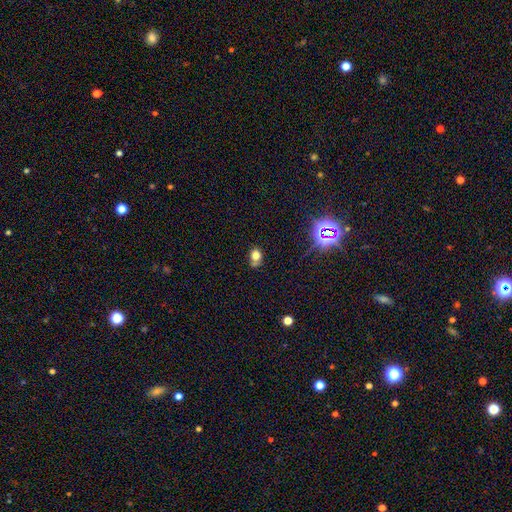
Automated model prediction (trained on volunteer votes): smooth 73%, star or artifact 17%, featured or disk 10%. Down the decision tree: how rounded — round (57%); merging — none (56%).